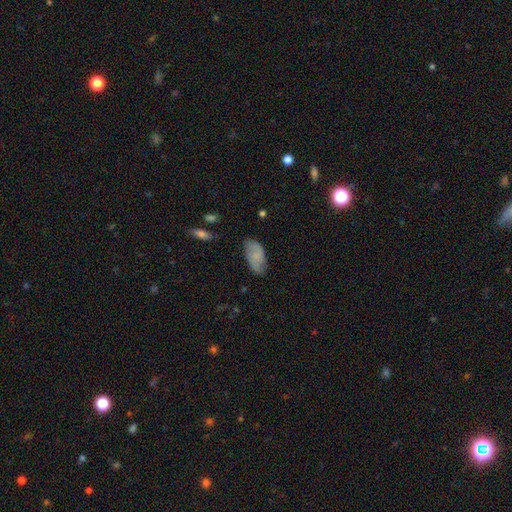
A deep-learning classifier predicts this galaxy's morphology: This appears to be a smooth galaxy with no disk features (65%) that is in between round and cigar-shaped (93%). Merging: none (70%).